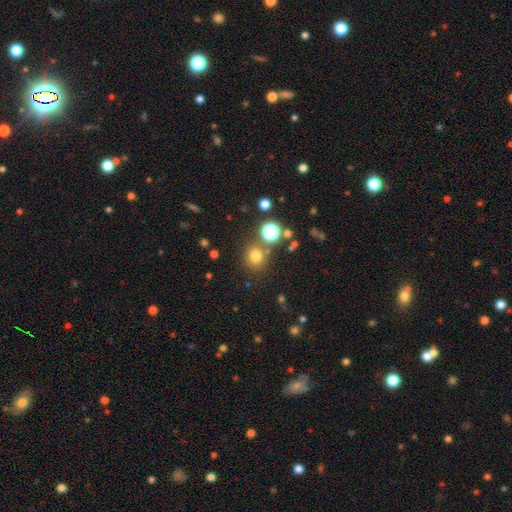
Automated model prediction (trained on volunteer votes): Smooth or featured? smooth (74%)
How rounded? round (88%)
Merging? none (78%)